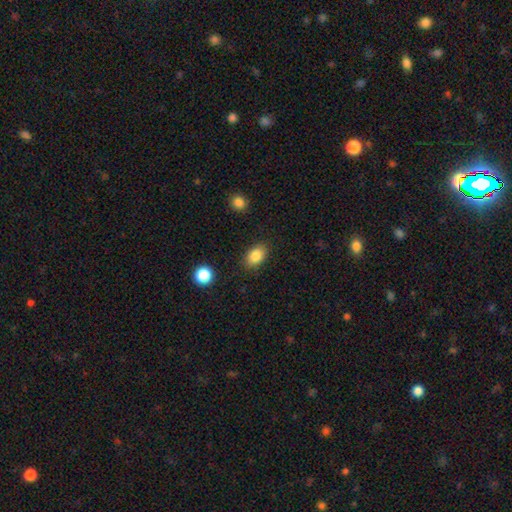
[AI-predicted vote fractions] Smooth or featured? smooth (85%)
How rounded? in between (84%)
Merging? none (85%)